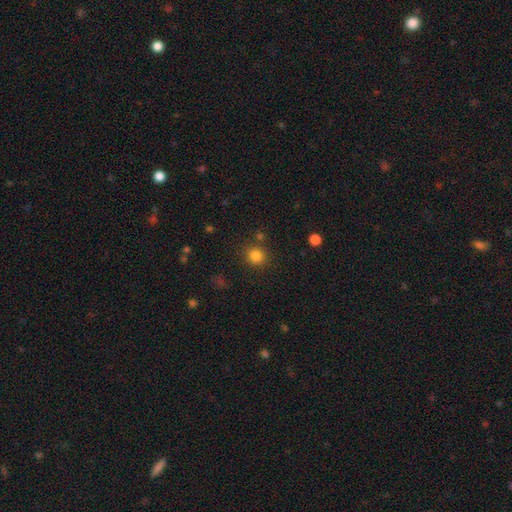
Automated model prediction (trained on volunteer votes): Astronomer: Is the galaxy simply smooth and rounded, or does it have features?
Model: smooth — 82%.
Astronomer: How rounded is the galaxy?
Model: round — 90%.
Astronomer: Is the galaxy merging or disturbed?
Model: none — 84%.